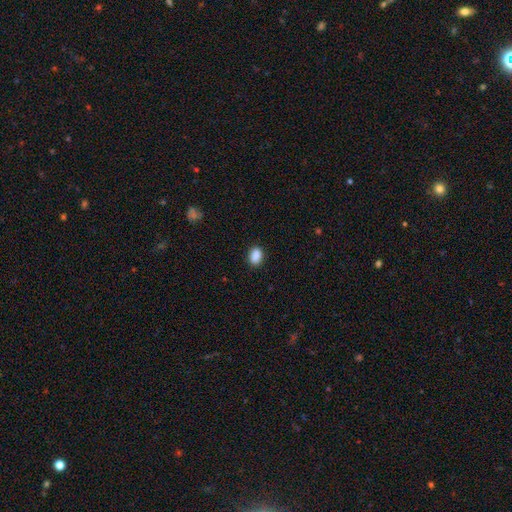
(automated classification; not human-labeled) smooth 89%, star or artifact 8%, featured or disk 3%. Down the decision tree: how rounded — in between (80%); merging — none (88%).